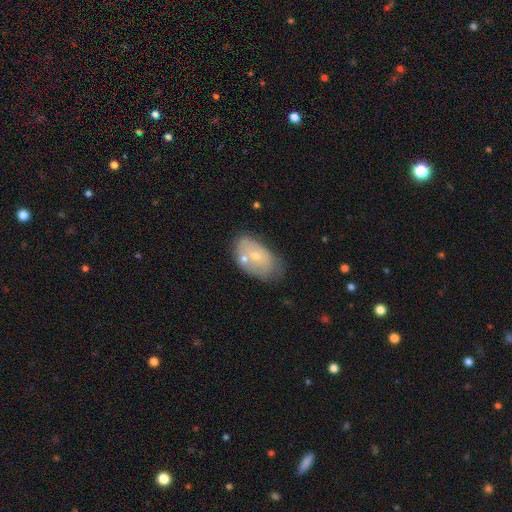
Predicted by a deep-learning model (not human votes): Smooth or featured: smooth — 56% (featured or disk — 36%)
How rounded: in between — 92% (round — 6%)
Merging: none — 51% (minor disturbance — 25%)